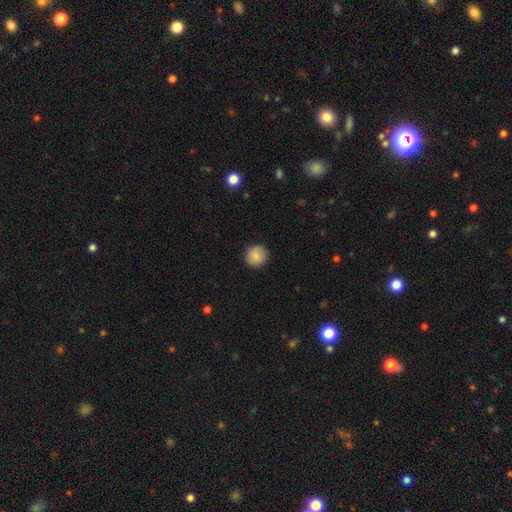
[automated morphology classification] This appears to be a smooth galaxy with no disk features (86%) that is round (92%). Merging: none (90%).